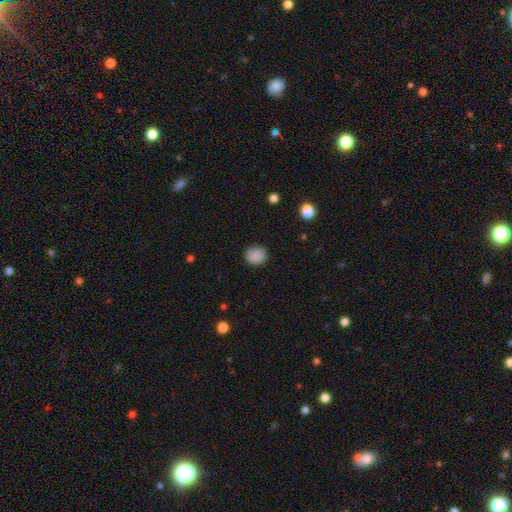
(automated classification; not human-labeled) smooth-or-featured: smooth: 87% | star or artifact: 9% | featured or disk: 4%
  how-rounded: round: 76% | in between: 23% | cigar-shaped: 1%
  merging: none: 86% | minor disturbance: 10% | major disturbance: 3% | merger: 1%